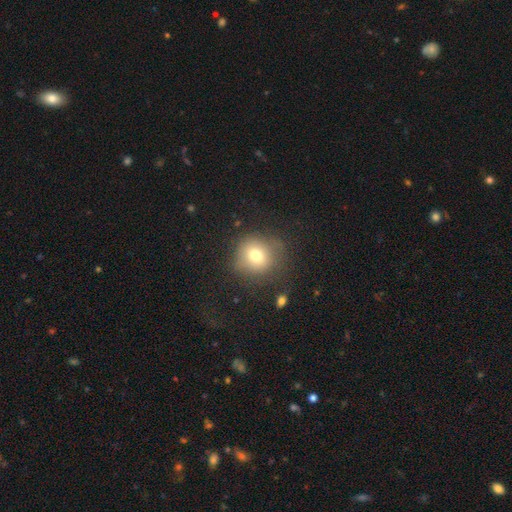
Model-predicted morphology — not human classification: Overall: smooth (73%). How rounded: round (87%). Merging: none (73%).